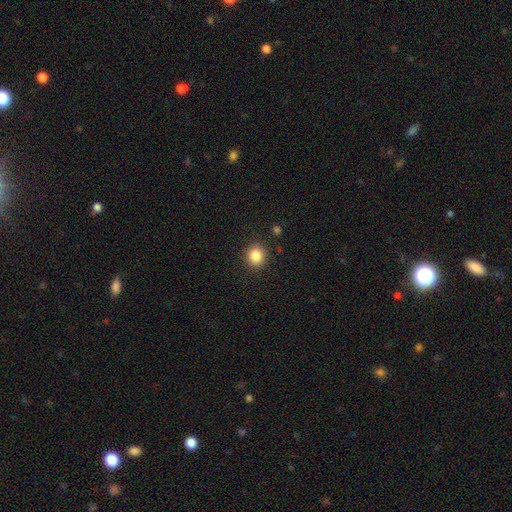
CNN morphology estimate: Smooth or featured?
  - smooth: 85% *
  - star or artifact: 10%
  - featured or disk: 4%
How rounded?
  - round: 87% *
  - in between: 12%
  - cigar-shaped: 1%
Merging?
  - none: 90% *
  - minor disturbance: 6%
  - major disturbance: 2%
  - merger: 1%